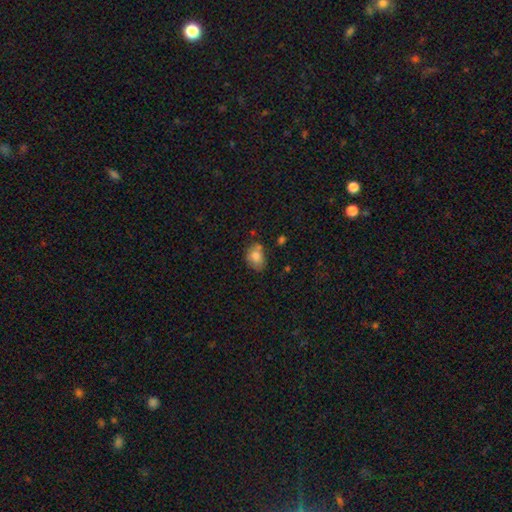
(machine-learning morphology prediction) Smooth or featured? smooth (79%)
How rounded? in between (72%)
Merging? none (54%)